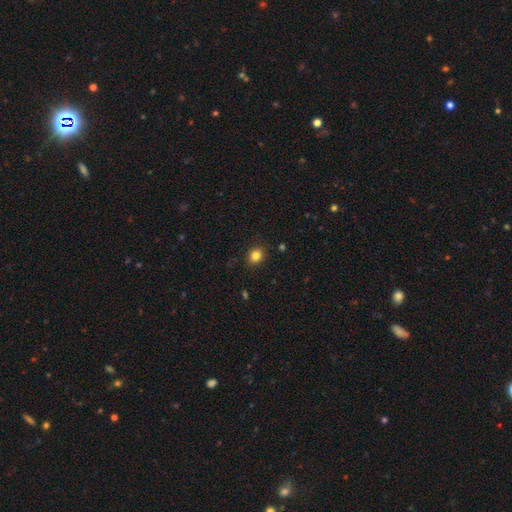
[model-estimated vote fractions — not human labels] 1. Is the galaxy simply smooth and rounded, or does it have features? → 84% smooth, 12% star or artifact, 5% featured or disk.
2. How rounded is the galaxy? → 70% round, 29% in between, 1% cigar-shaped.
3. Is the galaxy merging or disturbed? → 89% none, 8% minor disturbance, 2% major disturbance, 1% merger.